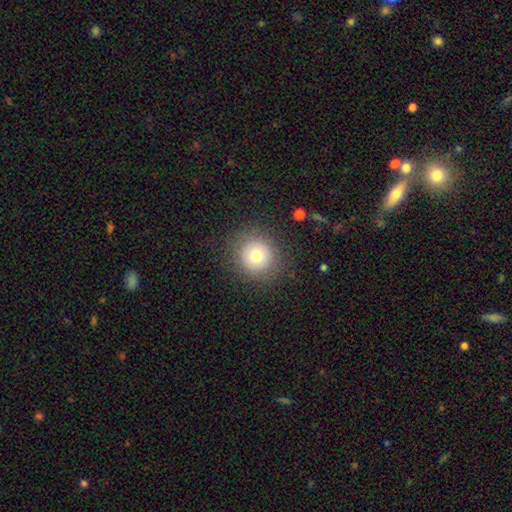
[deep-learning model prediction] smooth 74%, featured or disk 14%, star or artifact 12%. Down the decision tree: how rounded — round (92%); merging — none (86%).